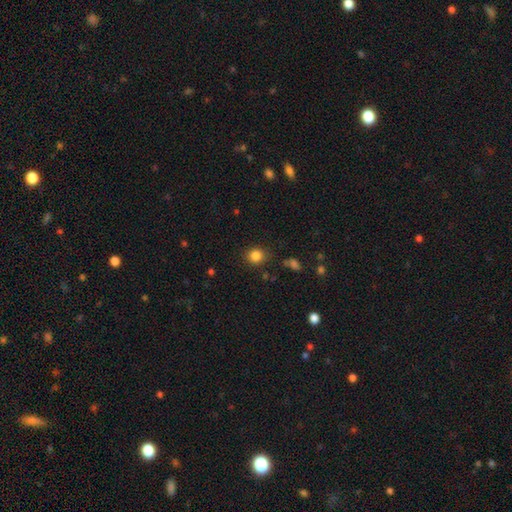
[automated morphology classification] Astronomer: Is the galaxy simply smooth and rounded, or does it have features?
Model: smooth — 84%.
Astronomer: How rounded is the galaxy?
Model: round — 81%.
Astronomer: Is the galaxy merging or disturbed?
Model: none — 84%.